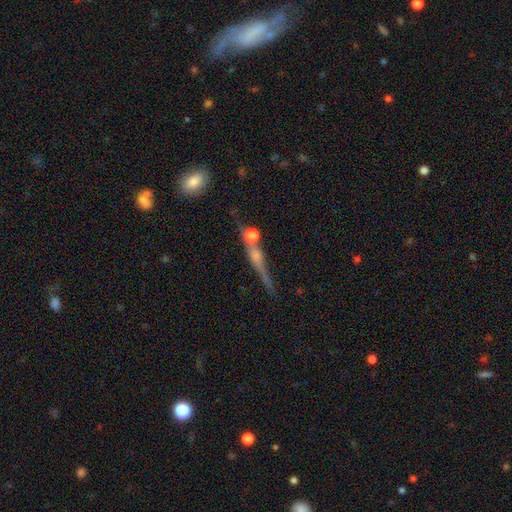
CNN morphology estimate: Smooth or featured: featured or disk — 61% (smooth — 23%)
Edge-on disk: yes — 89% (no — 11%)
Edge-on bulge: rounded — 68% (none — 21%)
Merging: none — 60% (merger — 17%)